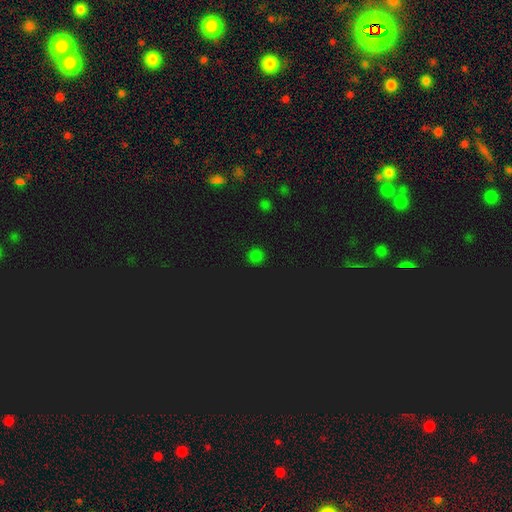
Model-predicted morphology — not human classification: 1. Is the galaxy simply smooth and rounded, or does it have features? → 69% smooth, 28% star or artifact, 4% featured or disk.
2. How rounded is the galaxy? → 93% round, 6% in between, 1% cigar-shaped.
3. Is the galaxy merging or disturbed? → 90% none, 6% minor disturbance, 2% major disturbance, 1% merger.